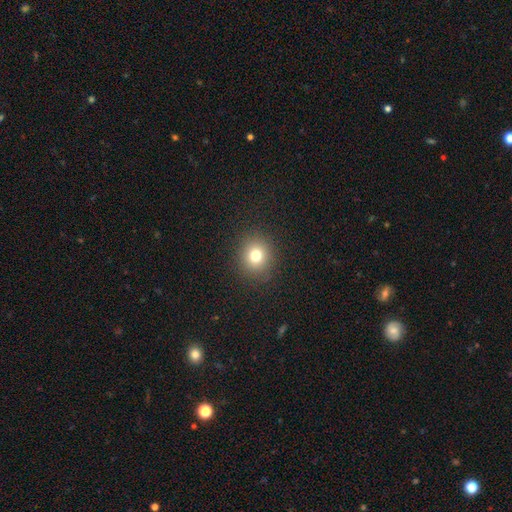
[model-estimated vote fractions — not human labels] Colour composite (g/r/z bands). It shows a smooth galaxy with no disk features (77%) that is round (84%). Merging: none (90%).